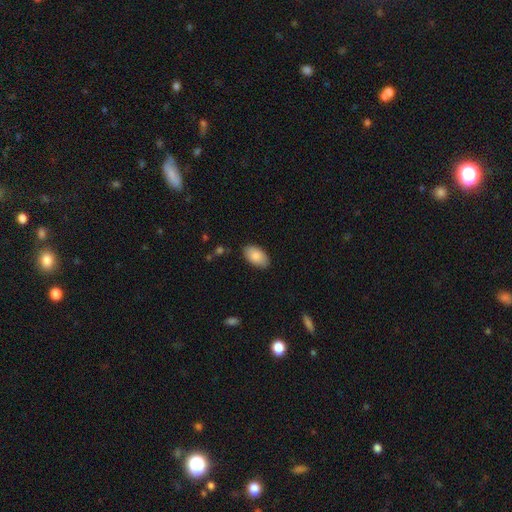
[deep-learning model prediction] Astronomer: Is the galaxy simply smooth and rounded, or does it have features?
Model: smooth — 87%.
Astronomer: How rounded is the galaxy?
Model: in between — 95%.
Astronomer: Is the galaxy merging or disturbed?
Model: none — 86%.